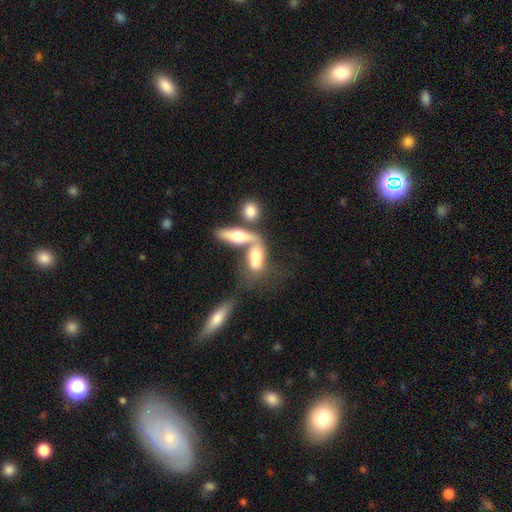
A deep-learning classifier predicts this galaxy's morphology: A smooth galaxy with no disk features (54%) that is in between round and cigar-shaped (73%). Merging: merger (63%).